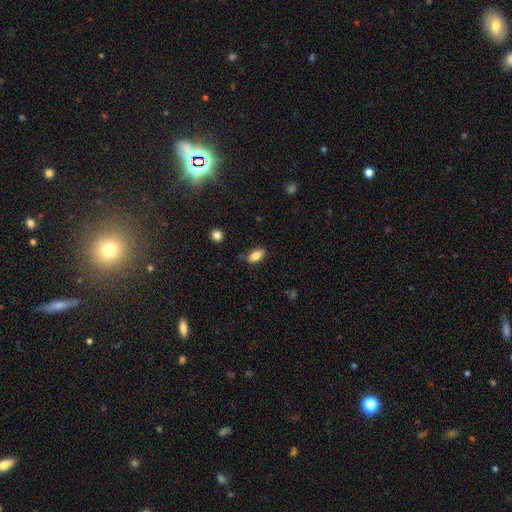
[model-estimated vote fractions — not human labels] A smooth galaxy with no disk features (79%) that is in between round and cigar-shaped (88%).

Vote fractions:
- Smooth or featured? smooth: 79% / featured or disk: 13% / star or artifact: 8%
- How rounded? in between: 88% / cigar-shaped: 8% / round: 4%
- Merging? none: 82% / minor disturbance: 13% / major disturbance: 3% / merger: 3%